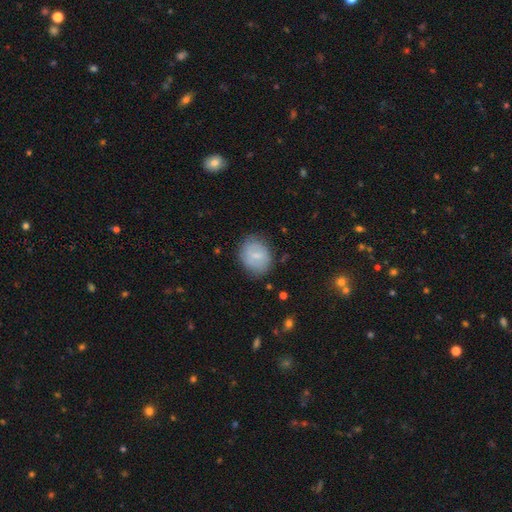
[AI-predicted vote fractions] Smooth or featured: smooth — 65% (featured or disk — 28%)
How rounded: round — 54% (in between — 44%)
Merging: none — 75% (minor disturbance — 19%)